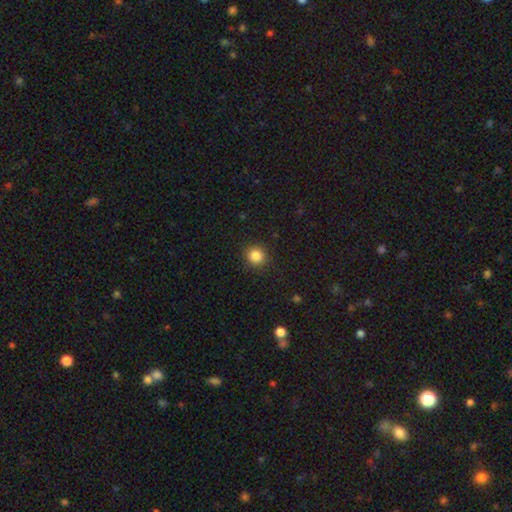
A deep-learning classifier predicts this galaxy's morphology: A smooth galaxy with no disk features (85%) that is round (90%).

Vote fractions:
- Smooth or featured? smooth: 85% / star or artifact: 11% / featured or disk: 4%
- How rounded? round: 90% / in between: 9% / cigar-shaped: 1%
- Merging? none: 90% / minor disturbance: 7% / major disturbance: 2% / merger: 1%